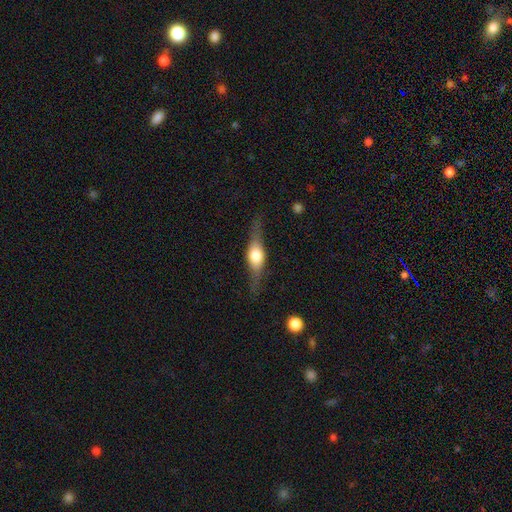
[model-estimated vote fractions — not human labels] This is likely a featured or disk galaxy (66%). It is clearly viewed edge-on (94%). Edge-on bulge: clearly rounded (91%). Merging: likely none (80%).